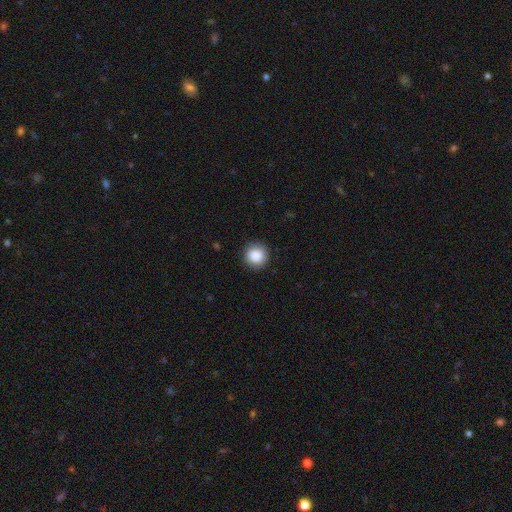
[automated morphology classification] A smooth galaxy with no disk features (87%) that is round (94%).

Vote fractions:
- Smooth or featured? smooth: 87% / star or artifact: 8% / featured or disk: 4%
- How rounded? round: 94% / in between: 5% / cigar-shaped: 1%
- Merging? none: 89% / minor disturbance: 8% / major disturbance: 2% / merger: 1%